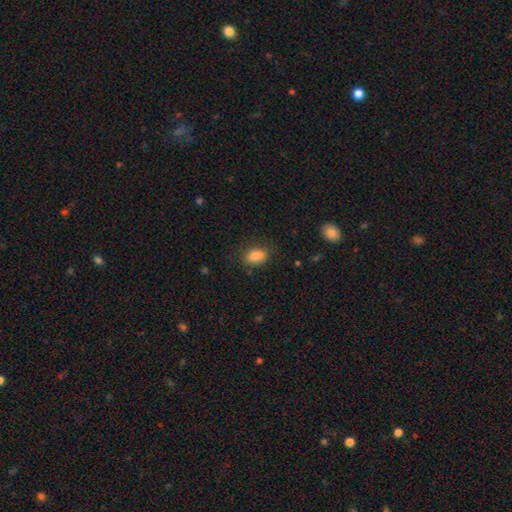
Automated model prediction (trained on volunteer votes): Morphology: type=smooth (84%); roundness=in between (85%); merging=none (80%).